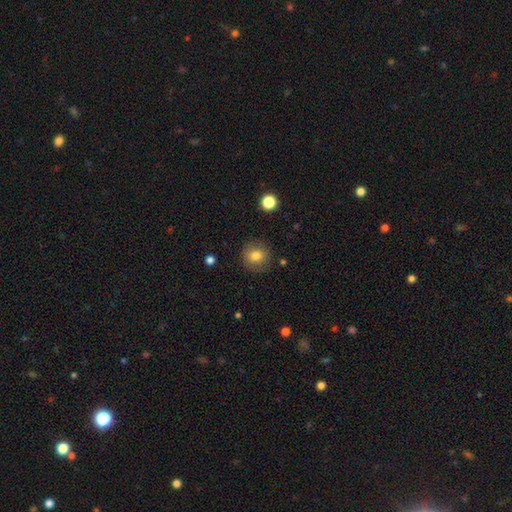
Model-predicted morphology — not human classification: Smooth or featured?
  - smooth: 79% *
  - featured or disk: 11%
  - star or artifact: 10%
How rounded?
  - round: 91% *
  - in between: 8%
  - cigar-shaped: 1%
Merging?
  - none: 87% *
  - minor disturbance: 9%
  - major disturbance: 3%
  - merger: 1%